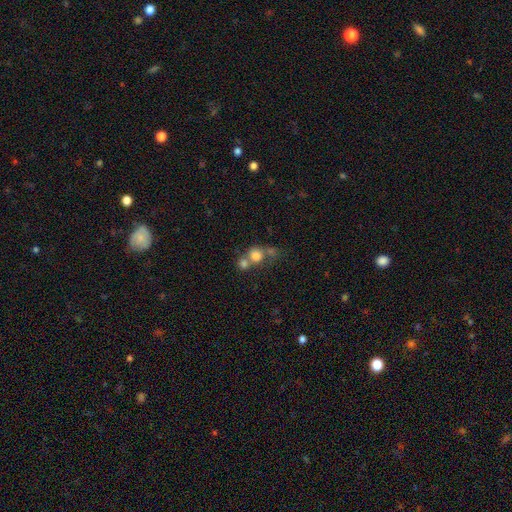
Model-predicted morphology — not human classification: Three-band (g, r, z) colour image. It shows a smooth galaxy with no disk features (76%) that is round (84%). Merging: merger (51%).